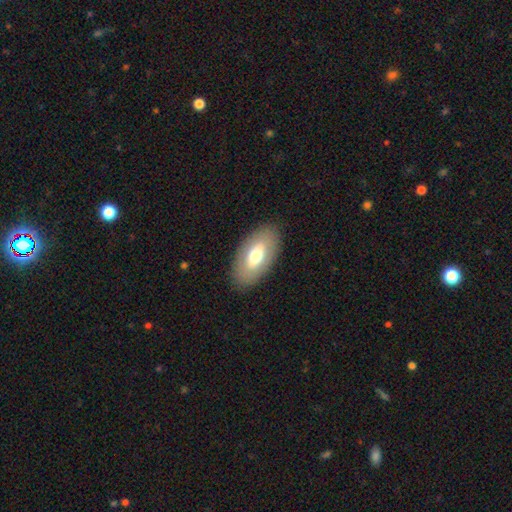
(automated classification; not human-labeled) Q: Smooth or featured?
A: smooth (63%); runner-up: featured or disk (31%)
Q: How rounded?
A: in between (94%); runner-up: round (3%)
Q: Merging?
A: none (87%); runner-up: minor disturbance (9%)